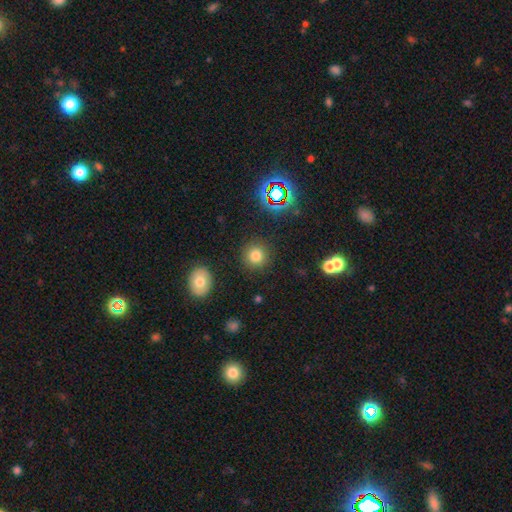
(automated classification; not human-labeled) The model was most divided on "smooth or featured": smooth: 78%, star or artifact: 16%, featured or disk: 6%. More confident: how rounded — round (93%); merging — none (89%).